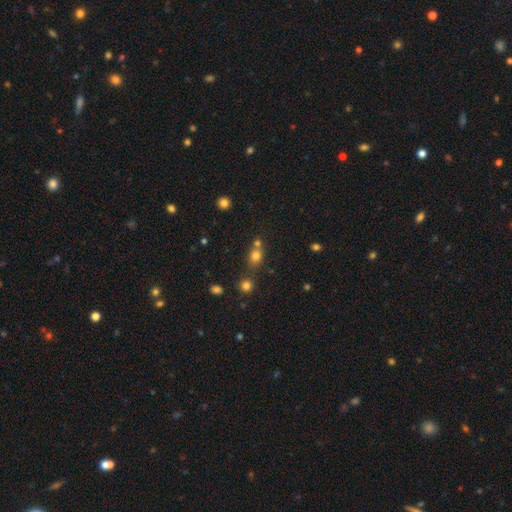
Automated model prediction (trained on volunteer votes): Smooth or featured: smooth — 76% (star or artifact — 15%)
How rounded: round — 60% (in between — 38%)
Merging: none — 53% (merger — 32%)